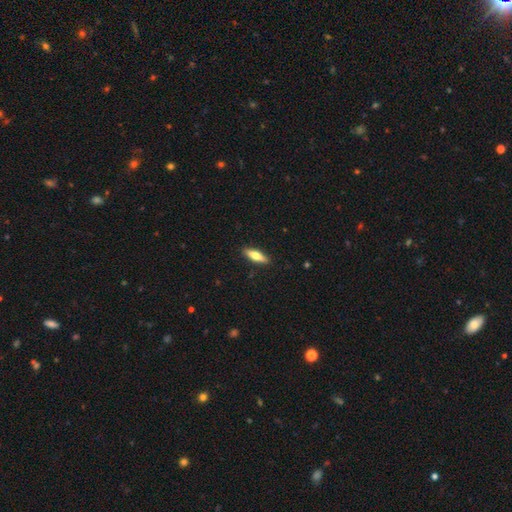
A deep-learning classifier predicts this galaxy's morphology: Smooth or featured?
  - smooth: 62% *
  - featured or disk: 32%
  - star or artifact: 6%
How rounded?
  - cigar-shaped: 56% *
  - in between: 42%
  - round: 2%
Merging?
  - none: 90% *
  - minor disturbance: 8%
  - major disturbance: 2%
  - merger: 1%